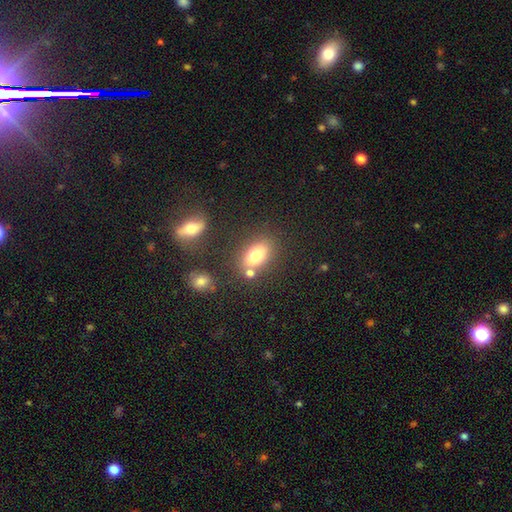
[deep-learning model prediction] A smooth galaxy with no disk features (76%) that is in between round and cigar-shaped (81%).

Vote fractions:
- Smooth or featured? smooth: 76% / featured or disk: 13% / star or artifact: 10%
- How rounded? in between: 81% / round: 15% / cigar-shaped: 5%
- Merging? none: 69% / merger: 15% / minor disturbance: 12% / major disturbance: 4%